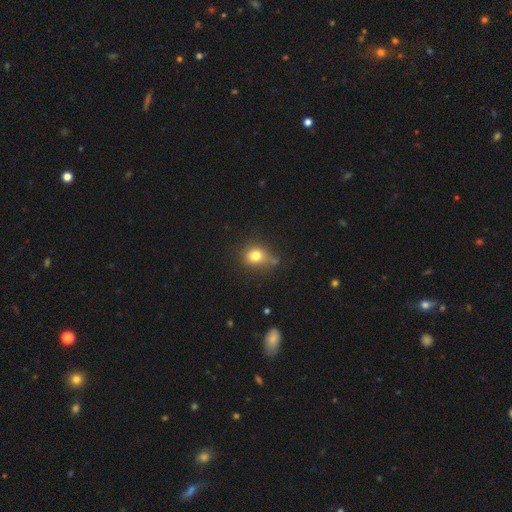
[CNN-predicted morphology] Smooth or featured? smooth (78%)
How rounded? round (68%)
Merging? none (61%)